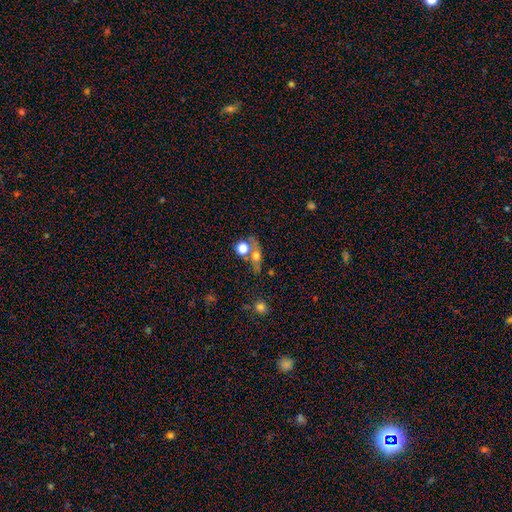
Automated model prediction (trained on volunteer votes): This appears to be a smooth galaxy with no disk features (57%) that is round (56%). Merging: none (46%).